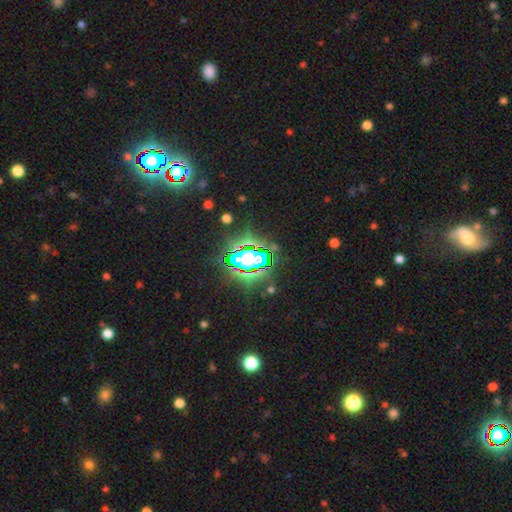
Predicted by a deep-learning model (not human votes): smooth_or_featured: star or artifact (p=0.80) [alt: smooth p=0.11]